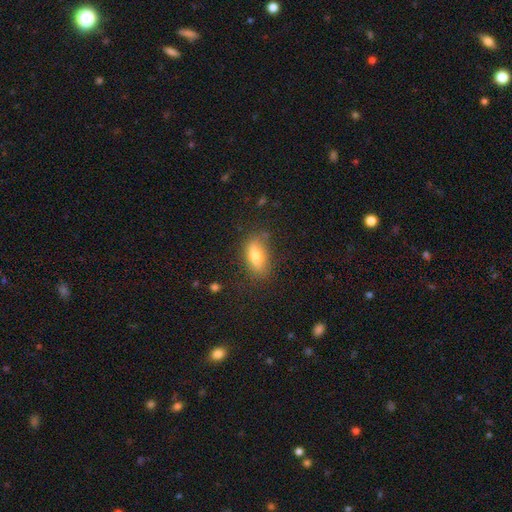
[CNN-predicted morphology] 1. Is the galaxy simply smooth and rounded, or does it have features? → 77% smooth, 14% featured or disk, 8% star or artifact.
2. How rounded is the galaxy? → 80% in between, 17% cigar-shaped, 4% round.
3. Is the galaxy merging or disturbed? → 76% none, 17% minor disturbance, 5% major disturbance, 2% merger.